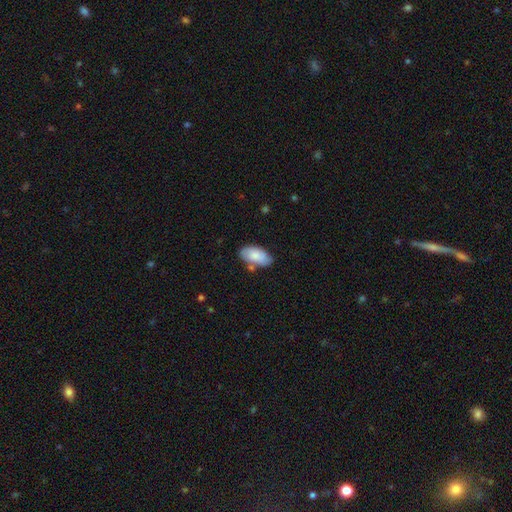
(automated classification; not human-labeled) A smooth galaxy with no disk features (80%) that is in between round and cigar-shaped (95%).

Vote fractions:
- Smooth or featured? smooth: 80% / featured or disk: 14% / star or artifact: 6%
- How rounded? in between: 95% / cigar-shaped: 3% / round: 3%
- Merging? none: 68% / minor disturbance: 19% / merger: 8% / major disturbance: 4%